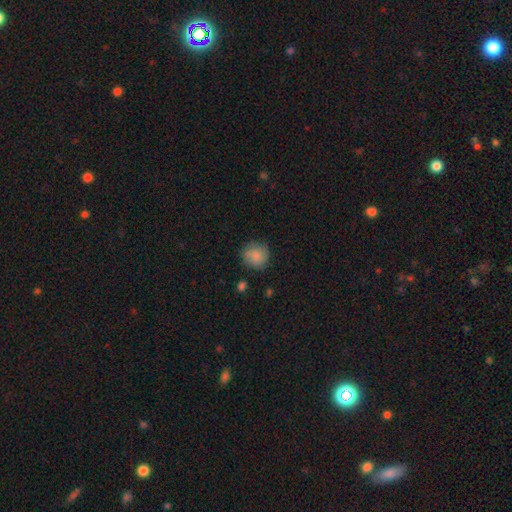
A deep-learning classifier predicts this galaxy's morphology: A smooth galaxy with no disk features (82%) that is round (89%).

Vote fractions:
- Smooth or featured? smooth: 82% / featured or disk: 11% / star or artifact: 8%
- How rounded? round: 89% / in between: 10% / cigar-shaped: 1%
- Merging? none: 76% / minor disturbance: 17% / major disturbance: 5% / merger: 2%